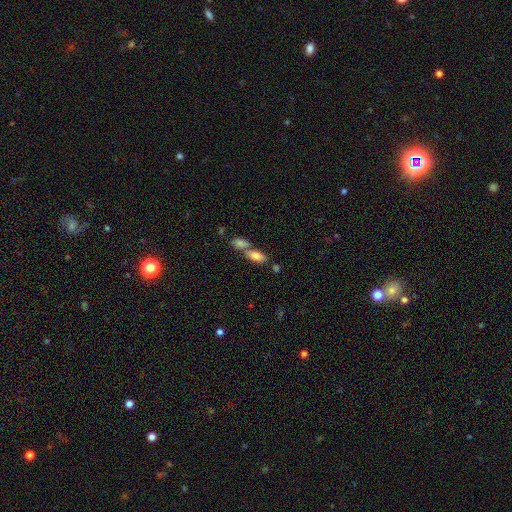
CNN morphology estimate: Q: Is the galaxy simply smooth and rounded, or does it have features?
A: smooth — 79%.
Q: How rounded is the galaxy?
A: in between — 85%.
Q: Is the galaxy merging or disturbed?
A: merger — 51%.